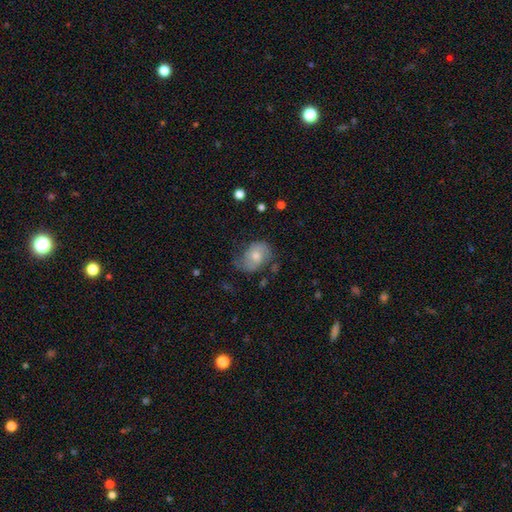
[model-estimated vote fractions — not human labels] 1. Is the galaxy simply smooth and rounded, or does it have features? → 50% smooth, 42% featured or disk, 8% star or artifact.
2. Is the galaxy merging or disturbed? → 47% none, 31% minor disturbance, 20% major disturbance, 2% merger.